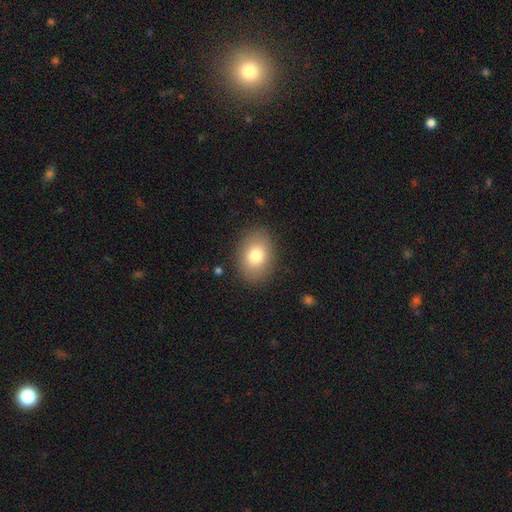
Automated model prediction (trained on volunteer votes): Smooth or featured?
  - smooth: 79% *
  - featured or disk: 12%
  - star or artifact: 9%
How rounded?
  - in between: 70% *
  - round: 29%
  - cigar-shaped: 1%
Merging?
  - none: 86% *
  - minor disturbance: 9%
  - major disturbance: 3%
  - merger: 1%